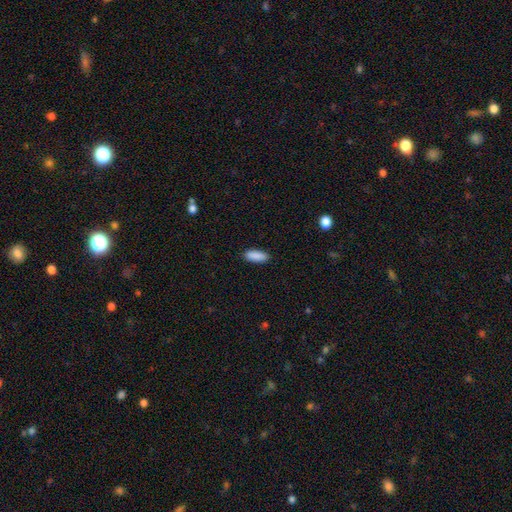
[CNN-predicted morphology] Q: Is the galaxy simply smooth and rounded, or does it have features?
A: smooth — 90%.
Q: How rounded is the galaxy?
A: in between — 75%.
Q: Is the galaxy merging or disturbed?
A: none — 89%.